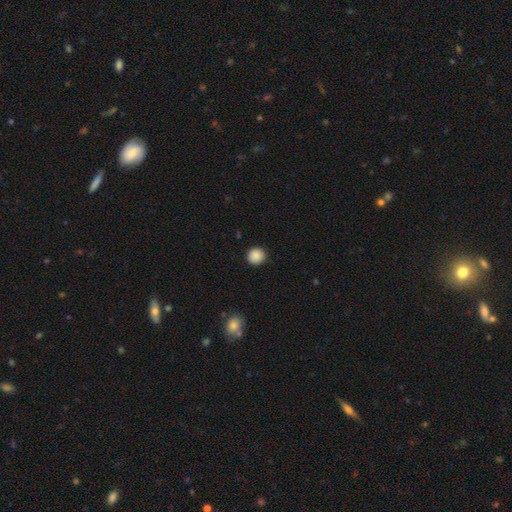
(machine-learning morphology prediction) Smooth or featured: smooth — 88% (star or artifact — 9%)
How rounded: round — 92% (in between — 7%)
Merging: none — 91% (minor disturbance — 6%)